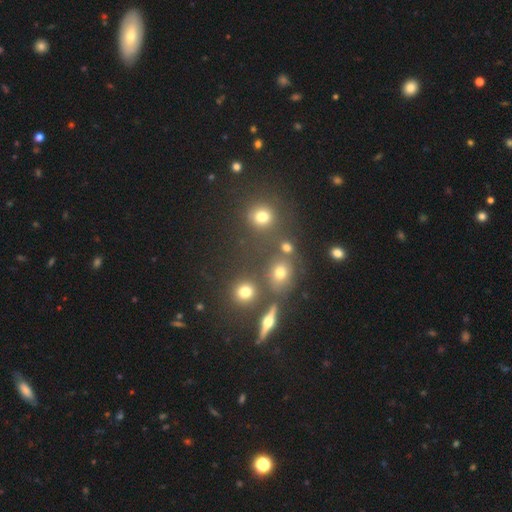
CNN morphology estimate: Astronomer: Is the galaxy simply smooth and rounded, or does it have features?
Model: smooth — 44% (runner-up: star or artifact, 42%).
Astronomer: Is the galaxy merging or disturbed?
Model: none — 51% (runner-up: merger, 36%).